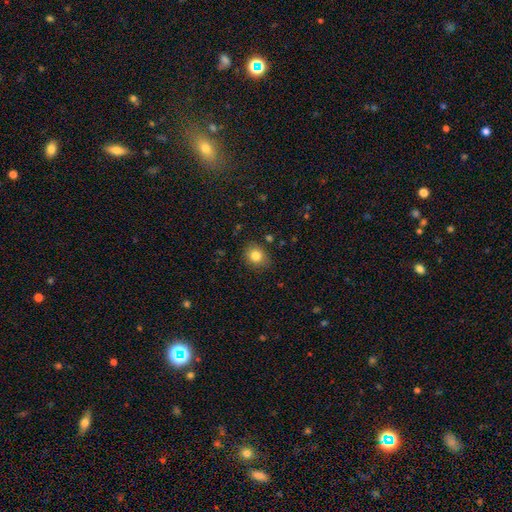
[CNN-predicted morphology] smooth-or-featured: smooth: 83% | star or artifact: 10% | featured or disk: 7%
  how-rounded: round: 56% | in between: 43% | cigar-shaped: 1%
  merging: none: 81% | minor disturbance: 14% | major disturbance: 3% | merger: 2%